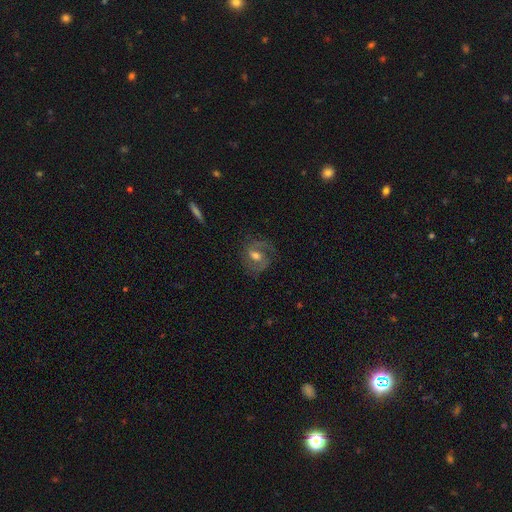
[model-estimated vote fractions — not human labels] A featured or disk galaxy (76%) with a weak bar (50%), 2 (78%) medium (52%) spiral arms (92%) and a moderate central bulge (68%).

Vote fractions:
- Smooth or featured? featured or disk: 76% / smooth: 17% / star or artifact: 7%
- Edge-on disk? no: 96% / yes: 4%
- Bar? weak: 50% / no: 28% / strong: 22%
- Spiral arms? yes: 92% / no: 8%
- Spiral winding? medium: 52% / tight: 27% / loose: 22%
- Spiral arm count? 2: 78% / 1: 10% / can't tell: 7% / 3: 3% / 4: 1% / more than 4: 1%
- Bulge size? moderate: 68% / small: 21% / large: 8% / none: 2% / dominant: 1%
- Merging? none: 71% / minor disturbance: 17% / major disturbance: 10% / merger: 1%